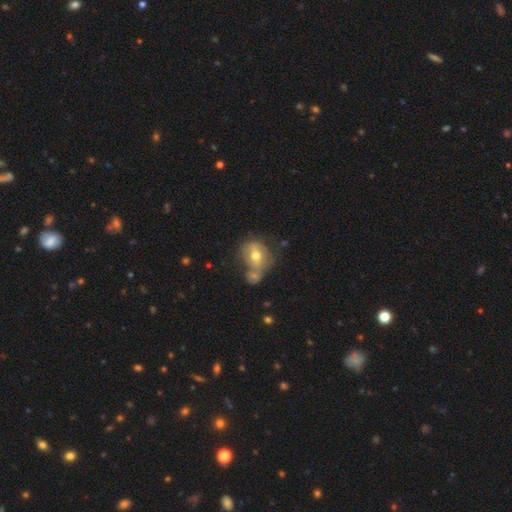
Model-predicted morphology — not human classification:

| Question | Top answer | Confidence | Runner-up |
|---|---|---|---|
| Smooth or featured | smooth | 56% | featured or disk (34%) |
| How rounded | in between | 52% | round (47%) |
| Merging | merger | 38% | none (36%) |